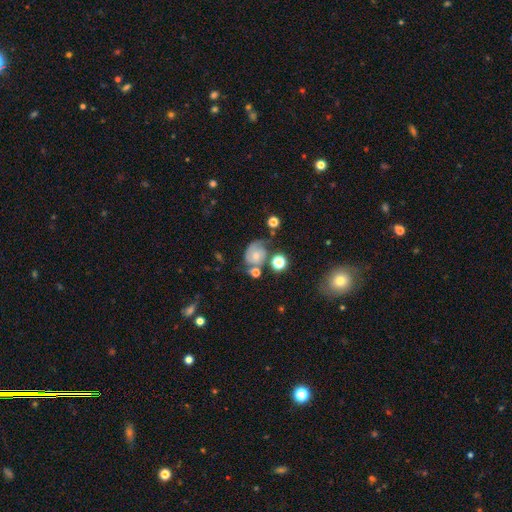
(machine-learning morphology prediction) smooth_or_featured: featured or disk (p=0.48) [alt: smooth p=0.40]
merging: none (p=0.42) [alt: minor disturbance p=0.27]